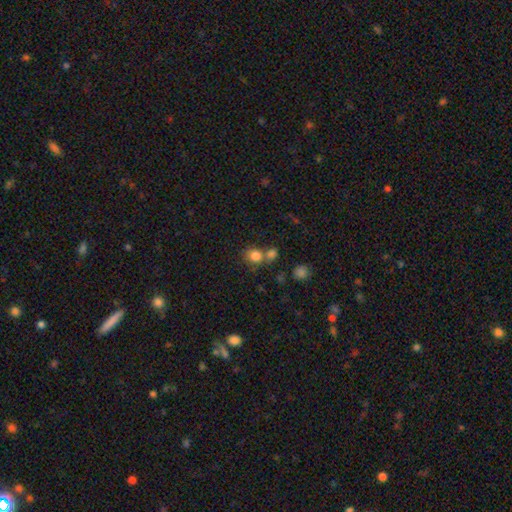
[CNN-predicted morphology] Smooth or featured: smooth — 81% (star or artifact — 12%)
How rounded: round — 76% (in between — 23%)
Merging: none — 52% (merger — 33%)